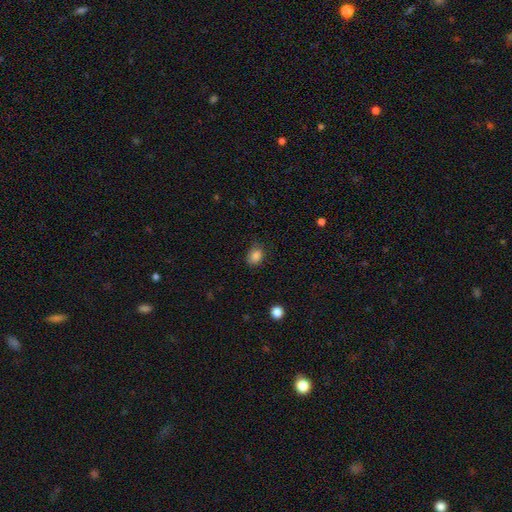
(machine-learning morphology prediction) The model was most divided on "how rounded": in between: 56%, round: 43%, cigar-shaped: 1%. More confident: smooth or featured — smooth (85%); merging — none (78%).